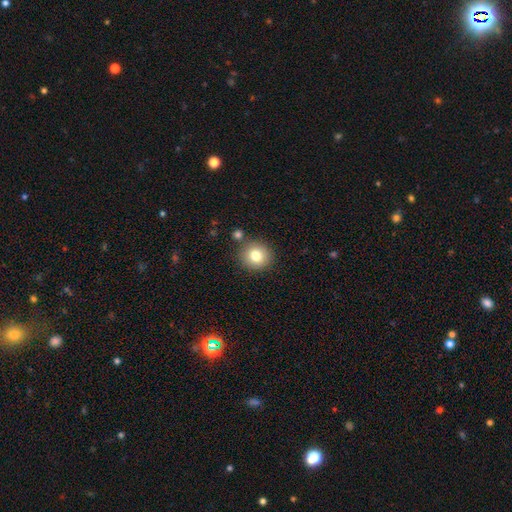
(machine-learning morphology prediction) smooth_or_featured: smooth (p=0.80) [alt: star or artifact p=0.10]
how_rounded: round (p=0.87) [alt: in between p=0.12]
merging: none (p=0.82) [alt: minor disturbance p=0.09]